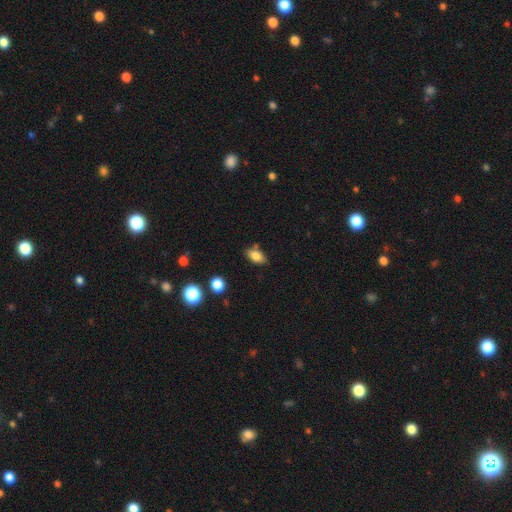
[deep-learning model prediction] Smooth or featured? Predicted: smooth (p=0.81). How rounded? Predicted: in between (p=0.89). Merging? Predicted: none (p=0.77).